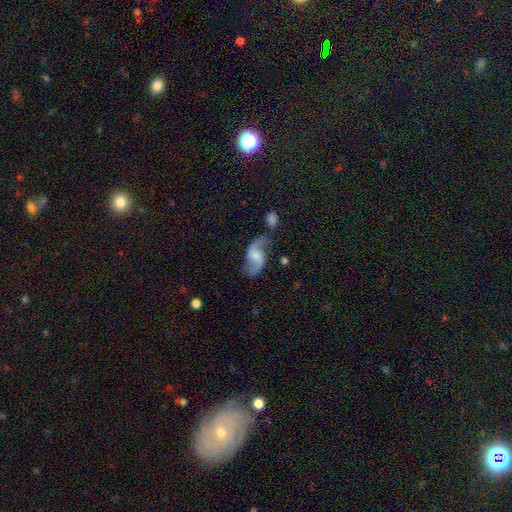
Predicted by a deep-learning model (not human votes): Smooth or featured? Predicted: featured or disk (p=0.78). Edge-on disk? Predicted: no (p=0.97). Bar? Predicted: weak (p=0.49). Spiral arms? Predicted: yes (p=0.94). Spiral winding? Predicted: loose (p=0.74). Spiral arm count? Predicted: 2 (p=0.91). Bulge size? Predicted: moderate (p=0.39). Merging? Predicted: none (p=0.59).